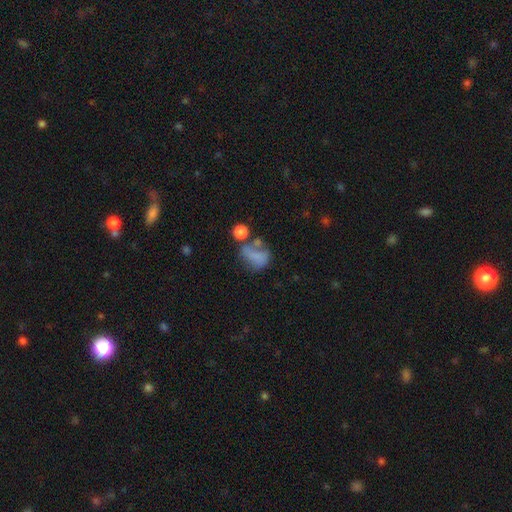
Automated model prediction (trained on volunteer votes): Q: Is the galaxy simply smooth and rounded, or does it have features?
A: smooth — 64%.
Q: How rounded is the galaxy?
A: in between — 64%.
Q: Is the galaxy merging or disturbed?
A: none — 30%.